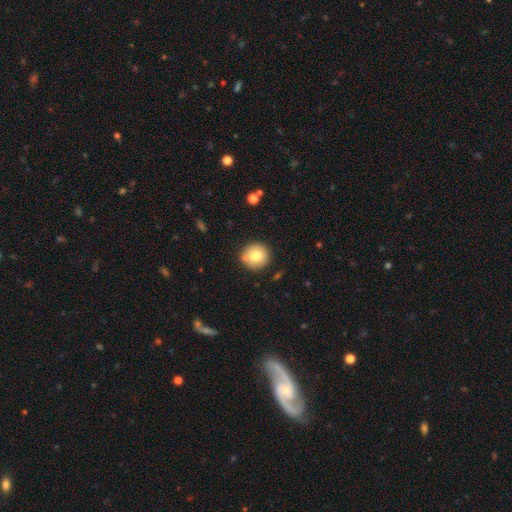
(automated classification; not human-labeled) Smooth or featured? Predicted: smooth (p=0.78). How rounded? Predicted: round (p=0.93). Merging? Predicted: none (p=0.86).